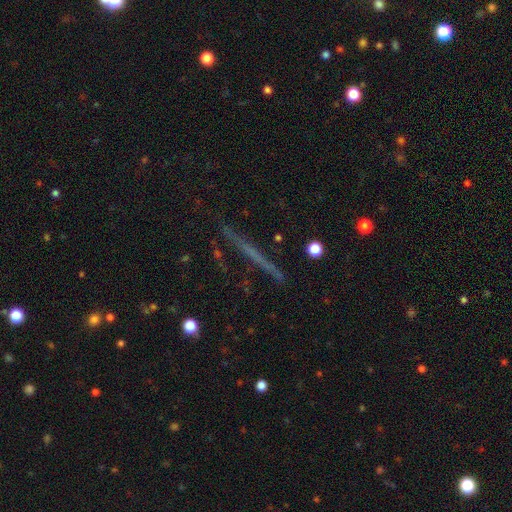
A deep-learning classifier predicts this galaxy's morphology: A featured or disk galaxy (56%) viewed edge-on (94%) with no central bulge (78%).

Vote fractions:
- Smooth or featured? featured or disk: 56% / smooth: 31% / star or artifact: 13%
- Edge-on disk? yes: 94% / no: 6%
- Edge-on bulge? none: 78% / rounded: 15% / boxy: 7%
- Merging? none: 86% / minor disturbance: 9% / major disturbance: 3% / merger: 2%